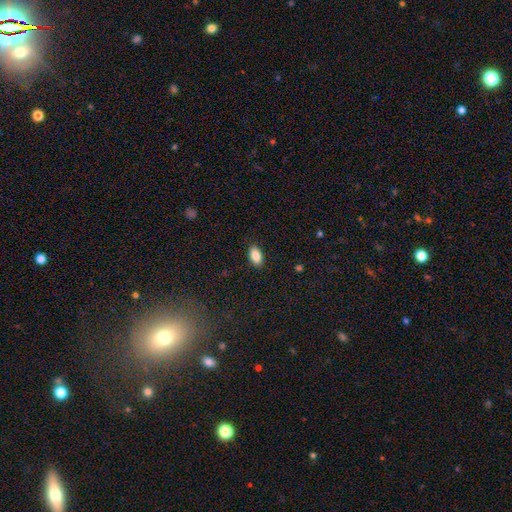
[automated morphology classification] smooth 87%, star or artifact 8%, featured or disk 5%. Down the decision tree: how rounded — in between (92%); merging — none (88%).